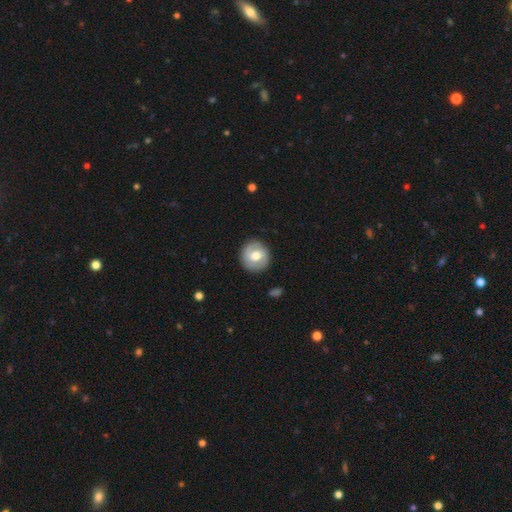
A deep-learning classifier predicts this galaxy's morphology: Overall: smooth (48%; featured or disk 46%). Merging: none (86%).